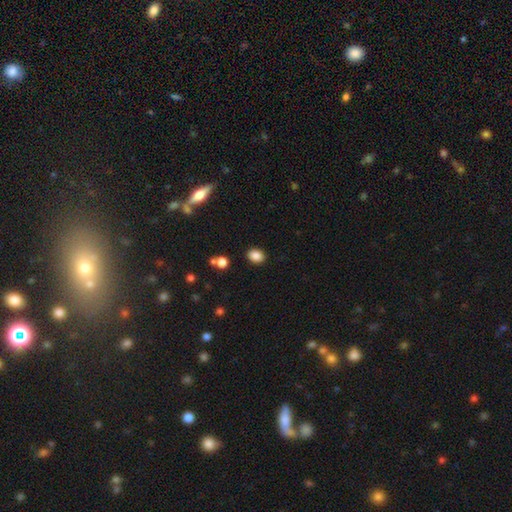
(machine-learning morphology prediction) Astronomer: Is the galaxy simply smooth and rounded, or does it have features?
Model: smooth — 86%.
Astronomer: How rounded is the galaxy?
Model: in between — 67%.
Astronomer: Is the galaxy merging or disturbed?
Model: none — 87%.